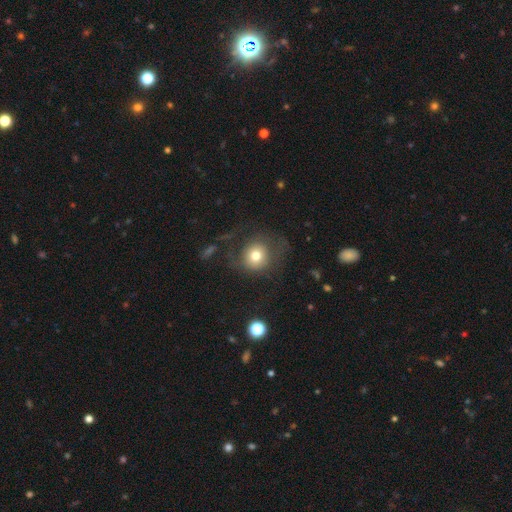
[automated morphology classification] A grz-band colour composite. It shows a smooth galaxy with no disk features (70%) that is round (86%). Merging: none (51%).